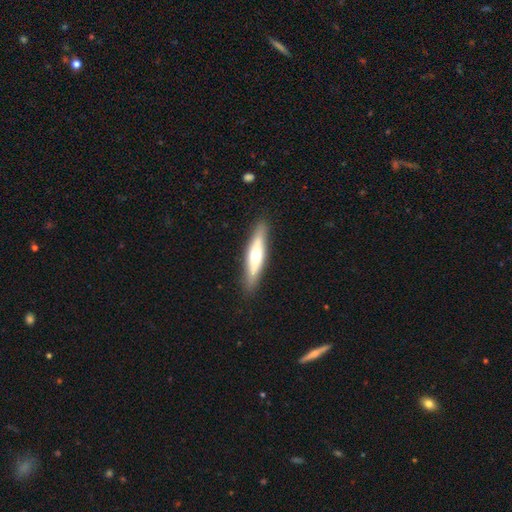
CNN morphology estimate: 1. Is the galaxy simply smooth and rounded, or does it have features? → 48% featured or disk, 47% smooth, 5% star or artifact.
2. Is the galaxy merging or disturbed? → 87% none, 10% minor disturbance, 2% major disturbance, 1% merger.